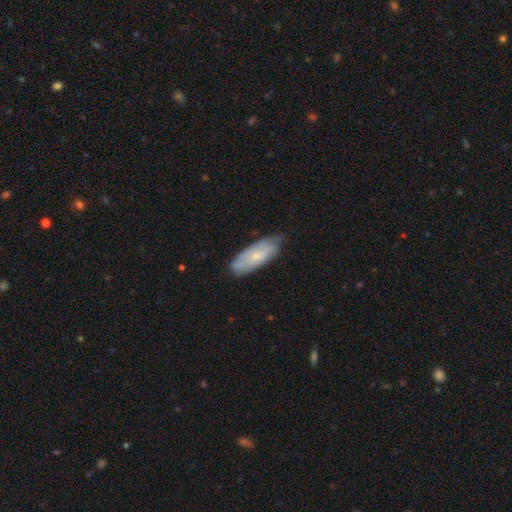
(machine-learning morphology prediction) Overall: smooth (55%; featured or disk 39%). How rounded: in between (69%). Merging: none (70%).